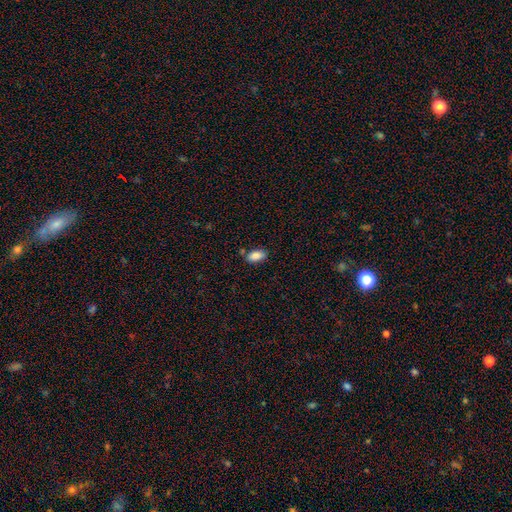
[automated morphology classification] smooth_or_featured: smooth (p=0.88) [alt: star or artifact p=0.07]
how_rounded: in between (p=0.92) [alt: cigar-shaped p=0.04]
merging: none (p=0.77) [alt: minor disturbance p=0.14]